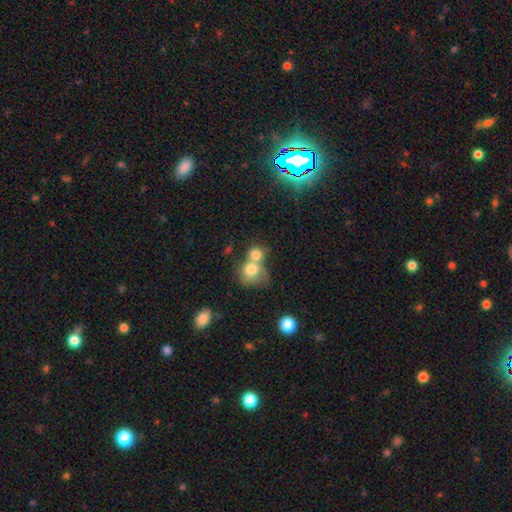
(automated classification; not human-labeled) Smooth or featured?
  - smooth: 76% *
  - featured or disk: 14%
  - star or artifact: 10%
How rounded?
  - round: 74% *
  - in between: 25%
  - cigar-shaped: 1%
Merging?
  - merger: 65% *
  - none: 23%
  - minor disturbance: 7%
  - major disturbance: 5%